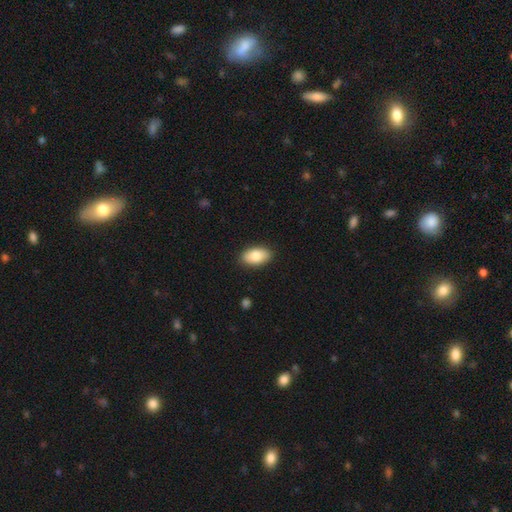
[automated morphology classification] smooth 83%, featured or disk 10%, star or artifact 6%. Down the decision tree: how rounded — in between (94%); merging — none (88%).